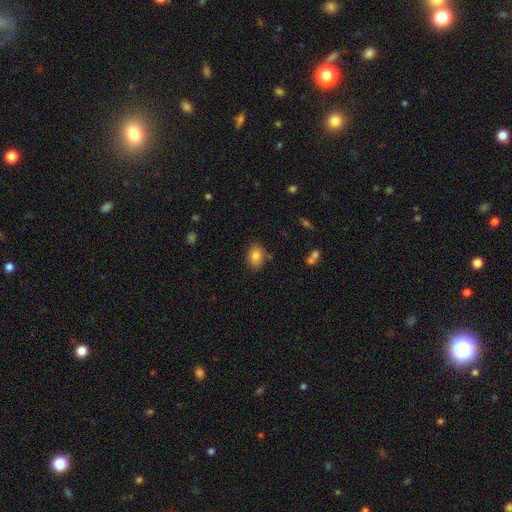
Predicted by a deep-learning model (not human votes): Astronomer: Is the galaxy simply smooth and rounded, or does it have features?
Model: smooth — 82%.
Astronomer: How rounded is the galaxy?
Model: in between — 72%.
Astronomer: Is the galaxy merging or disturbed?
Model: none — 80%.